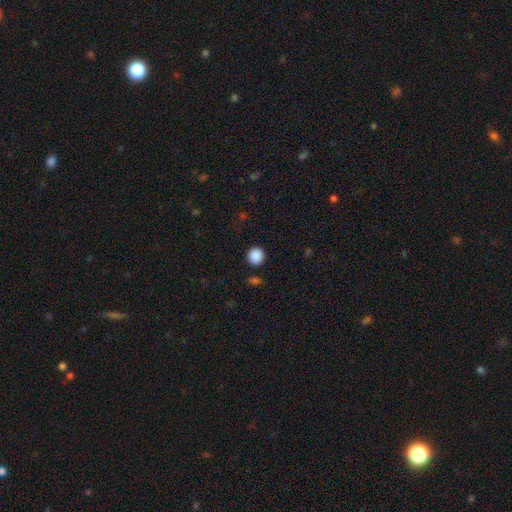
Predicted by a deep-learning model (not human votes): Smooth or featured? smooth (88%)
How rounded? round (93%)
Merging? none (90%)